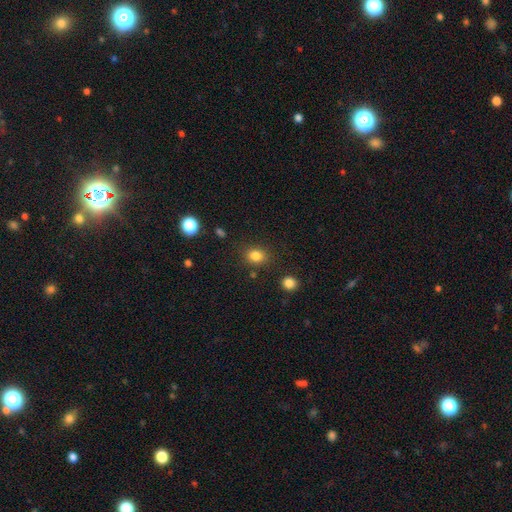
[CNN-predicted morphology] smooth_or_featured: smooth (p=0.83) [alt: star or artifact p=0.12]
how_rounded: round (p=0.53) [alt: in between p=0.46]
merging: none (p=0.81) [alt: minor disturbance p=0.12]